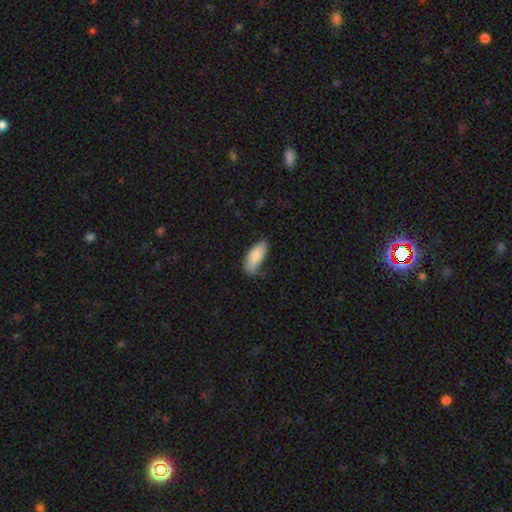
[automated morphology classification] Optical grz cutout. It shows a smooth galaxy with no disk features (86%) that is in between round and cigar-shaped (85%). Merging: none (59%).